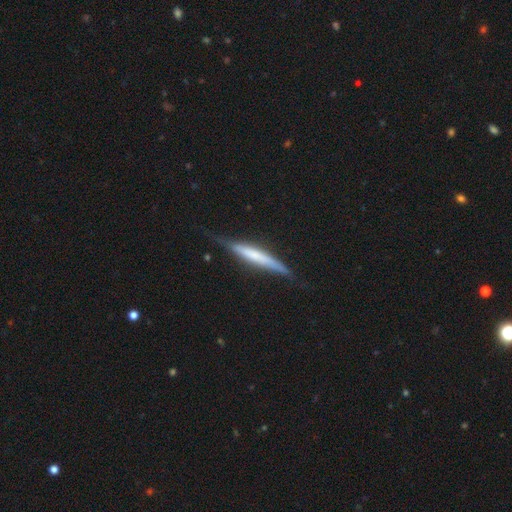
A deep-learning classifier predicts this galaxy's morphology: Smooth or featured?
  - featured or disk: 52% *
  - smooth: 42%
  - star or artifact: 6%
Edge-on disk?
  - yes: 93% *
  - no: 7%
Merging?
  - none: 72% *
  - minor disturbance: 22%
  - major disturbance: 5%
  - merger: 2%